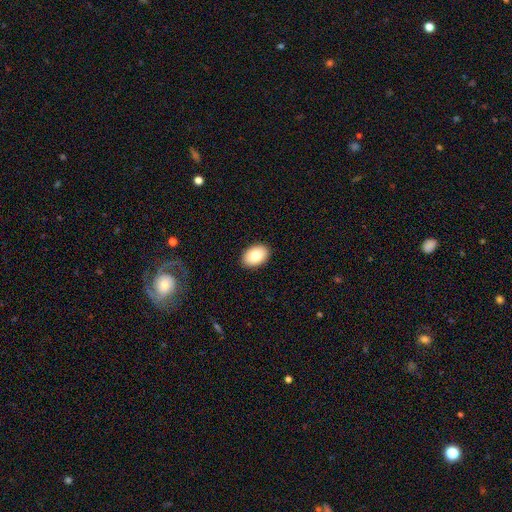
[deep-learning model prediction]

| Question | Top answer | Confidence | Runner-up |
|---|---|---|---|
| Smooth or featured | smooth | 81% | featured or disk (12%) |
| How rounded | in between | 86% | round (13%) |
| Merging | none | 90% | minor disturbance (7%) |